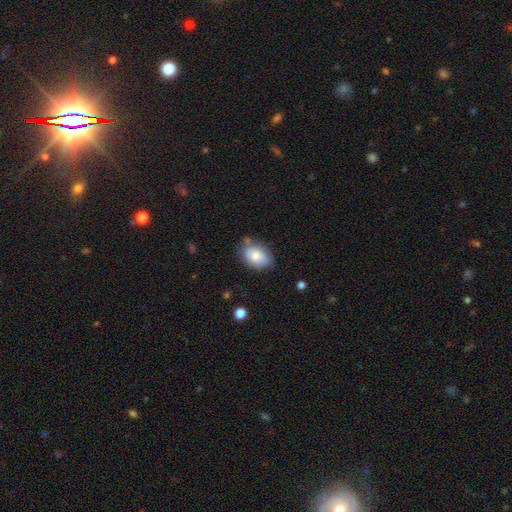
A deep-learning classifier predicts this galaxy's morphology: type=smooth (77%); roundness=in between (84%); merging=none (69%).